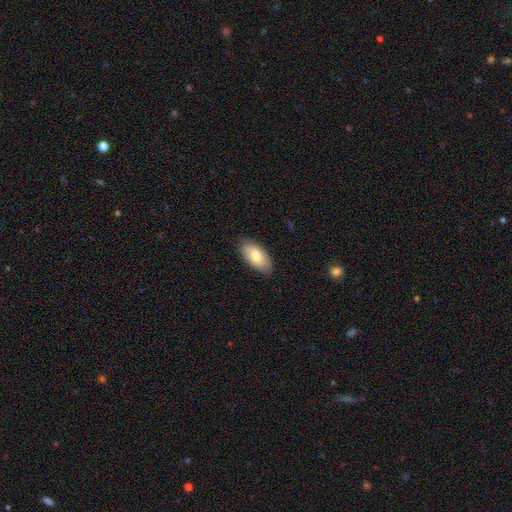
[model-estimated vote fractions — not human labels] The model was most divided on "smooth or featured": smooth: 76%, featured or disk: 18%, star or artifact: 6%. More confident: how rounded — in between (93%); merging — none (84%).